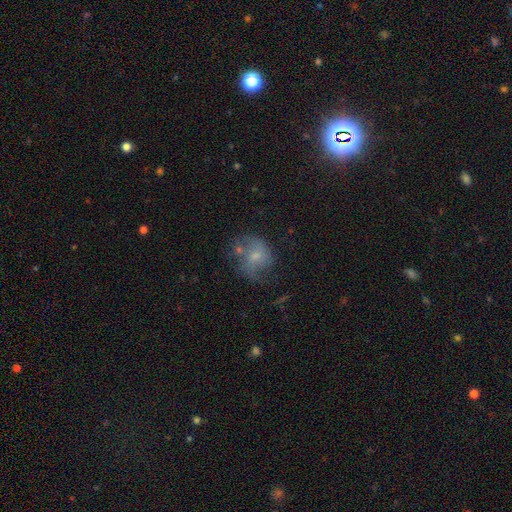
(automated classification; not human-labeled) Smooth or featured: featured or disk — 46% (smooth — 43%)
Merging: none — 42% (minor disturbance — 25%)